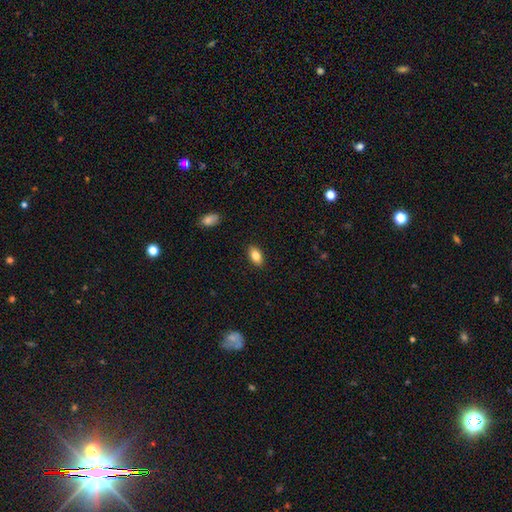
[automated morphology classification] Smooth or featured? smooth (82%)
How rounded? in between (91%)
Merging? none (89%)